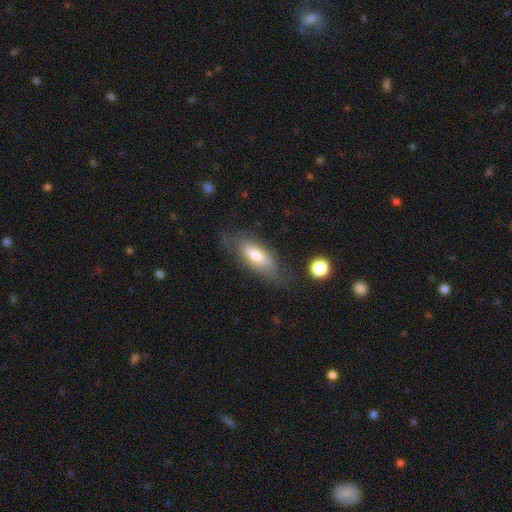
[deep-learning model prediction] This appears to be a smooth galaxy with no disk features (62%) that is in between round and cigar-shaped (66%). Merging: none (66%).